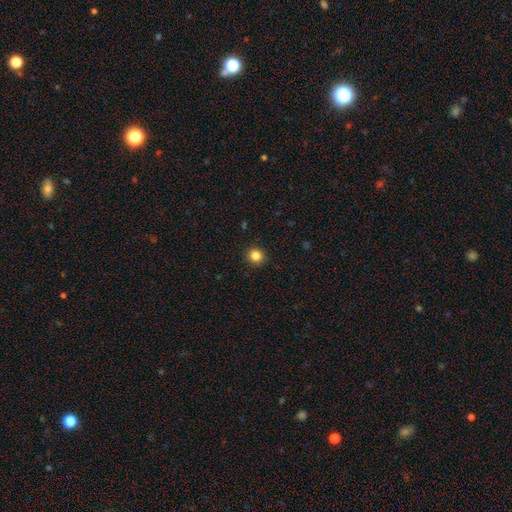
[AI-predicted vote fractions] The model was most divided on "smooth or featured": smooth: 84%, star or artifact: 12%, featured or disk: 5%. More confident: merging — none (92%); how rounded — round (91%).